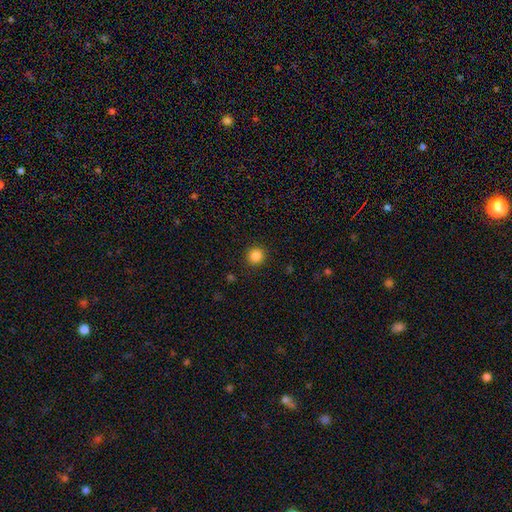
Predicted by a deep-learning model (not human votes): Morphology: type=smooth (85%); roundness=round (94%); merging=none (92%).